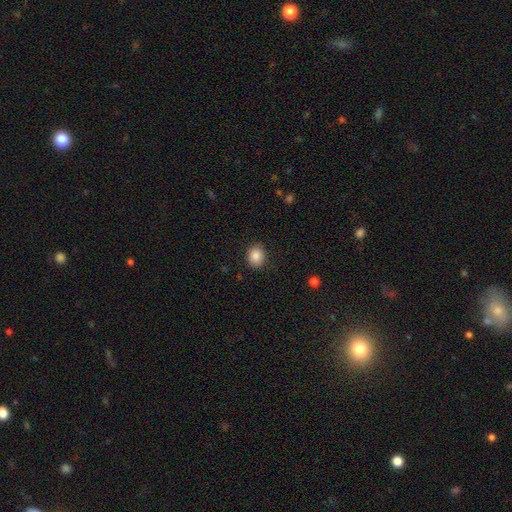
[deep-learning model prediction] Smooth or featured: smooth — 88% (star or artifact — 9%)
How rounded: round — 62% (in between — 38%)
Merging: none — 87% (minor disturbance — 10%)